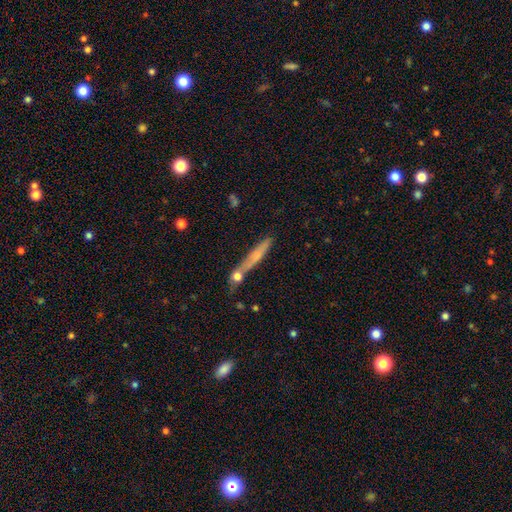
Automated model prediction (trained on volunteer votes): Overall: smooth (55%; featured or disk 35%). How rounded: cigar-shaped (91%). Merging: none (61%).